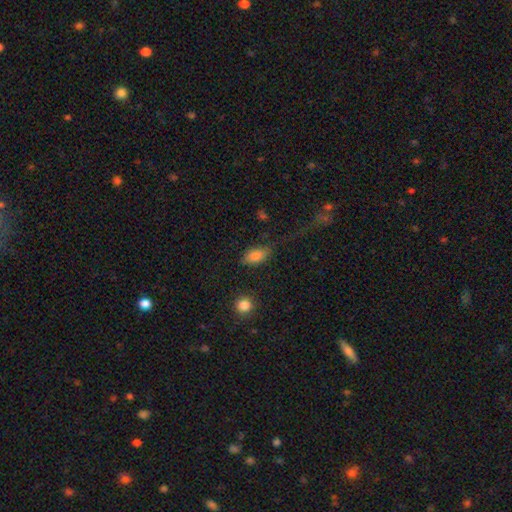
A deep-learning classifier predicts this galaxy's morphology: This appears to be a smooth galaxy with no disk features (83%) that is in between round and cigar-shaped (89%). Merging: none (69%).